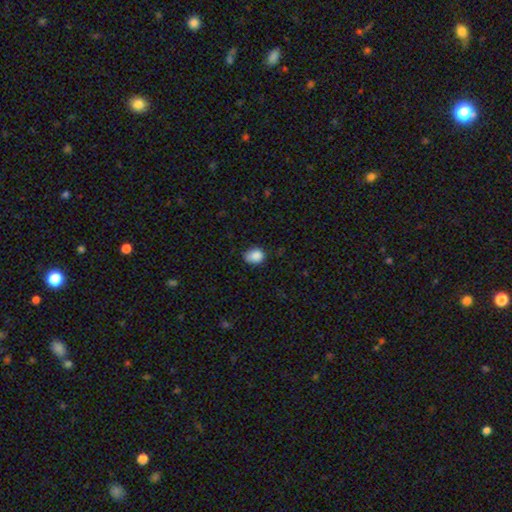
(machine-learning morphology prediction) Smooth or featured?
  - smooth: 87% *
  - star or artifact: 9%
  - featured or disk: 4%
How rounded?
  - in between: 50% *
  - round: 49%
  - cigar-shaped: 1%
Merging?
  - none: 61% *
  - minor disturbance: 32%
  - major disturbance: 5%
  - merger: 2%